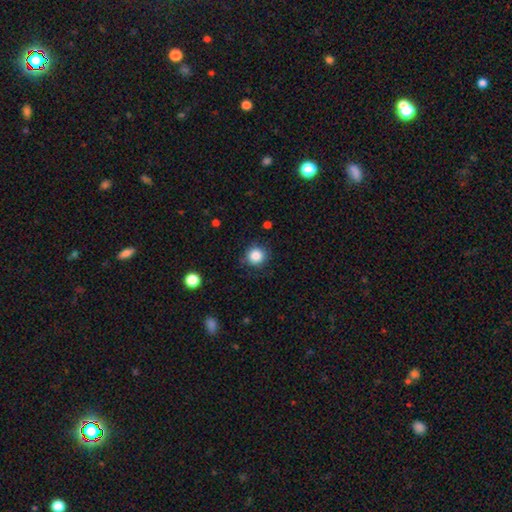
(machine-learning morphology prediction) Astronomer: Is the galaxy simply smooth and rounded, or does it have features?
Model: smooth — 85%.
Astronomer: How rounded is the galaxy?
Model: round — 92%.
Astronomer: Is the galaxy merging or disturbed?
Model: none — 84%.